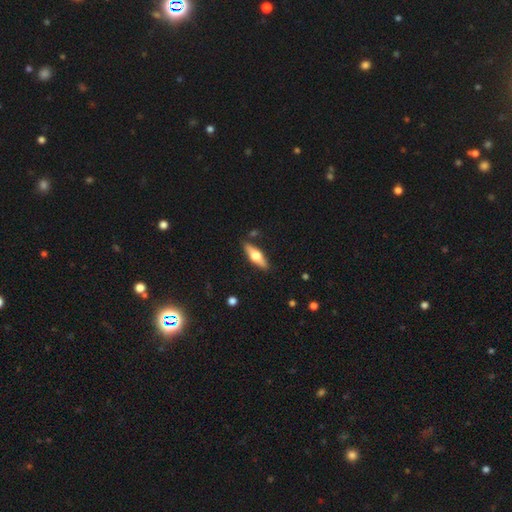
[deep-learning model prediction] This appears to be a featured or disk galaxy (53%) viewed edge-on (91%). Merging: none (86%).